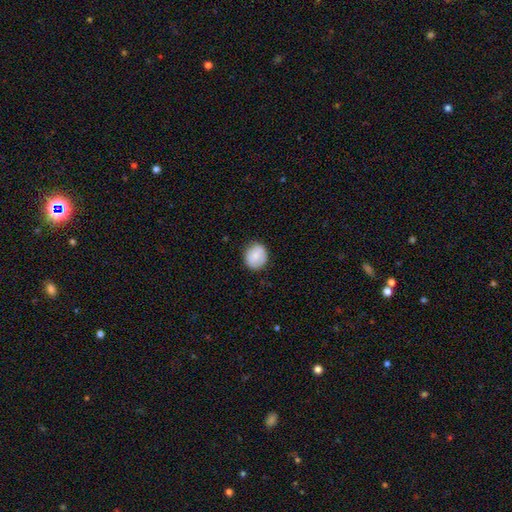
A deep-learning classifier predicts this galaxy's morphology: This is clearly a smooth galaxy (80%). How rounded: likely round (71%). Merging: clearly none (82%).